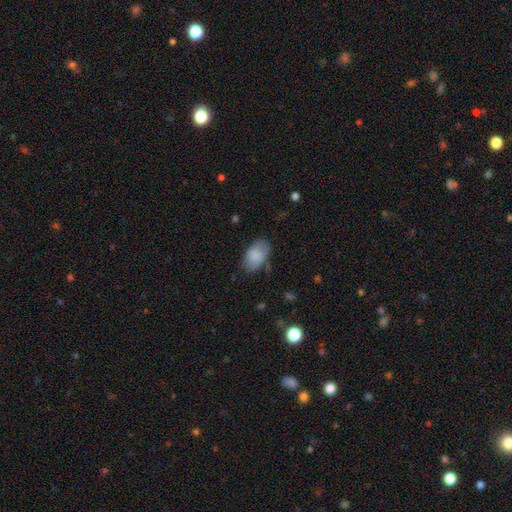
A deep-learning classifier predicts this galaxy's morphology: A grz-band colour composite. It shows a smooth galaxy with no disk features (85%) that is in between round and cigar-shaped (92%). Merging: none (73%).